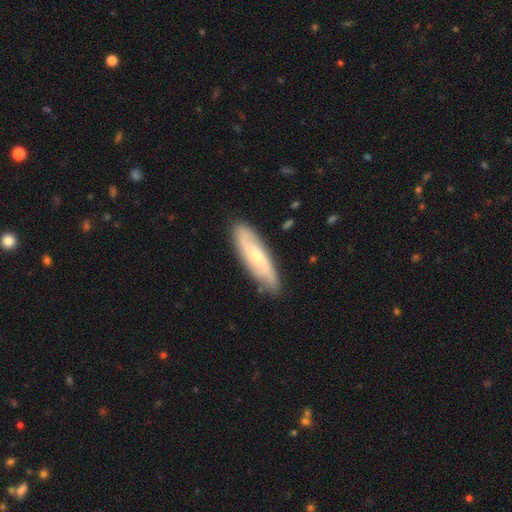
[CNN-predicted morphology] Smooth or featured: featured or disk — 62% (smooth — 32%)
Edge-on disk: no — 76% (yes — 24%)
Merging: none — 83% (minor disturbance — 13%)